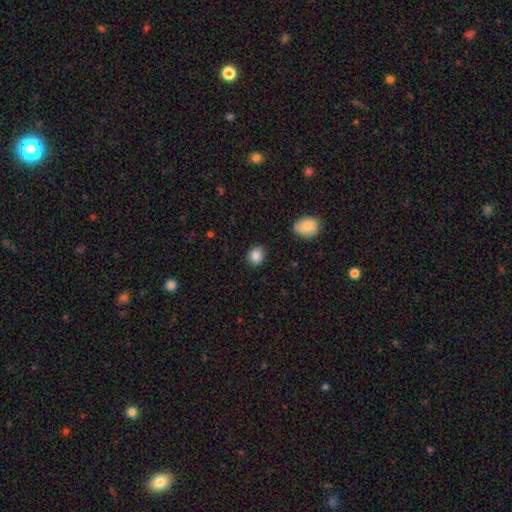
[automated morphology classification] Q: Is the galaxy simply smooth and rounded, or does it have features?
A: smooth — 86%.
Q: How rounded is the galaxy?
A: round — 67%.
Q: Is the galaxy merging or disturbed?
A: none — 88%.